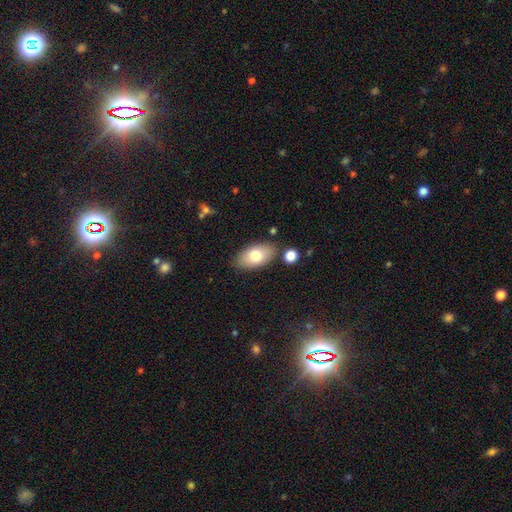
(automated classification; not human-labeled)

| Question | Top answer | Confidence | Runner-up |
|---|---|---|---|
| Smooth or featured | smooth | 76% | featured or disk (18%) |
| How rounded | in between | 93% | round (4%) |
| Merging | none | 81% | minor disturbance (12%) |